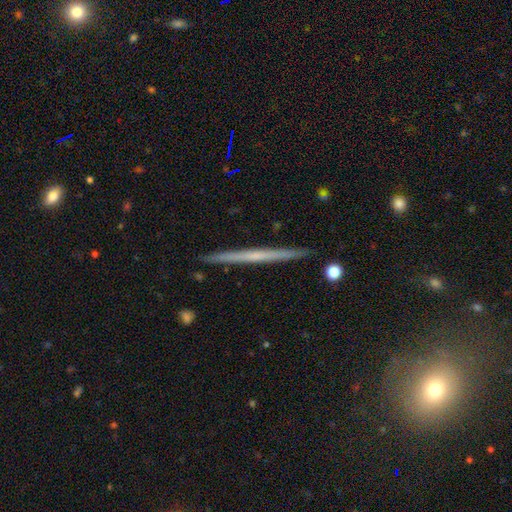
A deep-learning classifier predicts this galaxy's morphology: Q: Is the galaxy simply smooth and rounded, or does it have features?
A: featured or disk — 64%.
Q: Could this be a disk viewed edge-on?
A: yes — 98%.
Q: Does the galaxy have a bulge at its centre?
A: none — 80%.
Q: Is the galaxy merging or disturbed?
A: none — 92%.